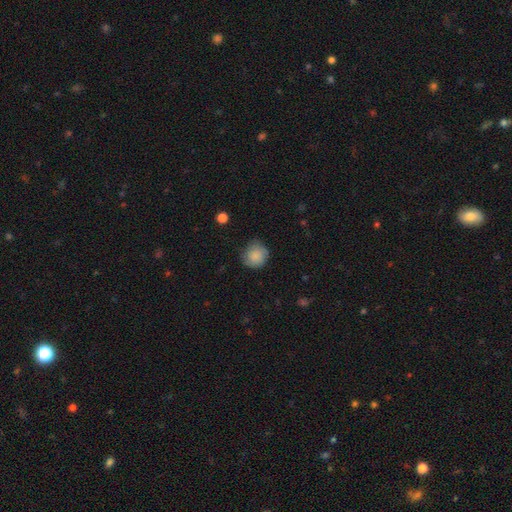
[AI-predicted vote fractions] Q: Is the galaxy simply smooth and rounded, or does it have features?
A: smooth — 85%.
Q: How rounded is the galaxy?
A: round — 89%.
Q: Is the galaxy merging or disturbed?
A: none — 73%.